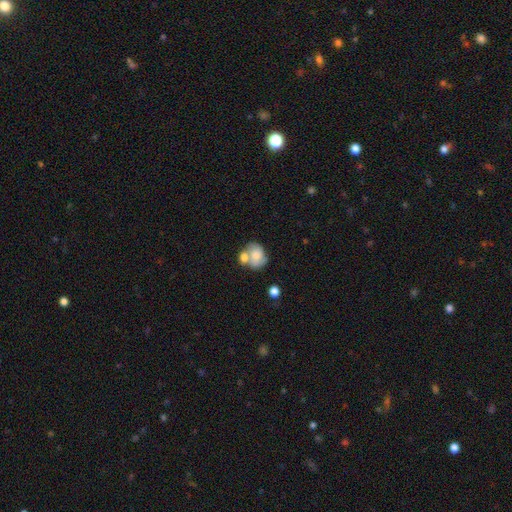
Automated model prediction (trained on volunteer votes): Q: Smooth or featured?
A: smooth (64%); runner-up: featured or disk (28%)
Q: How rounded?
A: round (51%); runner-up: in between (48%)
Q: Merging?
A: merger (46%); runner-up: none (30%)